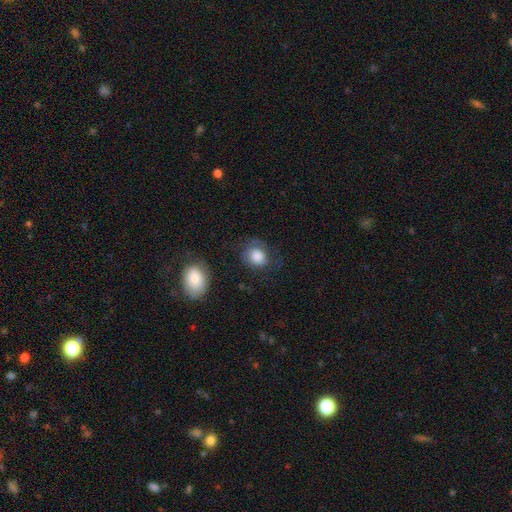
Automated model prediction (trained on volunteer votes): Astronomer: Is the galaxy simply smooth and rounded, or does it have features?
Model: smooth — 78%.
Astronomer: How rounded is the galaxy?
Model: round — 67%.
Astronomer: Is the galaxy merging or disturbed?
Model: none — 53%.